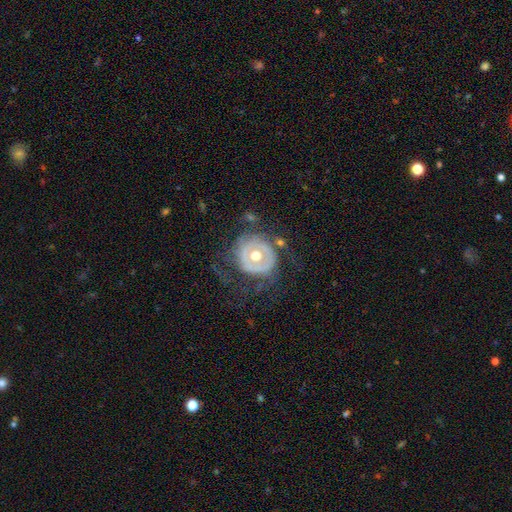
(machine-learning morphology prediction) Smooth or featured?
  - featured or disk: 65% *
  - smooth: 29%
  - star or artifact: 7%
Edge-on disk?
  - no: 96% *
  - yes: 4%
Bar?
  - no: 77% *
  - weak: 16%
  - strong: 7%
Spiral arms?
  - no: 68% *
  - yes: 32%
Bulge size?
  - moderate: 78% *
  - small: 10%
  - large: 9%
  - dominant: 1%
  - none: 1%
Merging?
  - none: 55% *
  - major disturbance: 22%
  - minor disturbance: 20%
  - merger: 3%